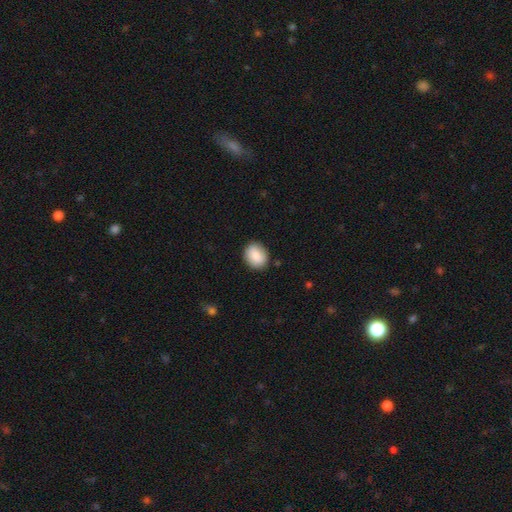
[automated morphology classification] Smooth or featured?
  - smooth: 82% *
  - featured or disk: 11%
  - star or artifact: 7%
How rounded?
  - round: 52% *
  - in between: 47%
  - cigar-shaped: 1%
Merging?
  - none: 86% *
  - minor disturbance: 10%
  - major disturbance: 2%
  - merger: 1%